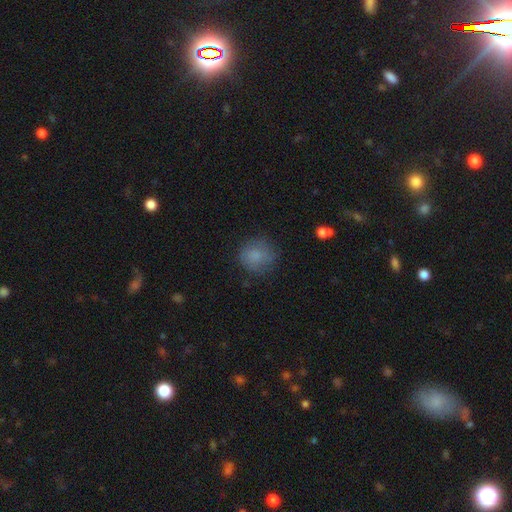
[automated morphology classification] The model was most divided on "merging": none: 74%, minor disturbance: 18%, major disturbance: 6%, merger: 2%. More confident: how rounded — round (85%); smooth or featured — smooth (80%).